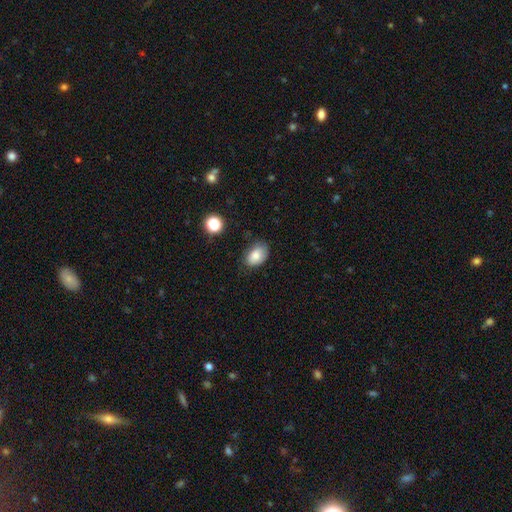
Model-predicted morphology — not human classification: This appears to be a smooth galaxy with no disk features (83%) that is in between round and cigar-shaped (85%). Merging: none (70%).